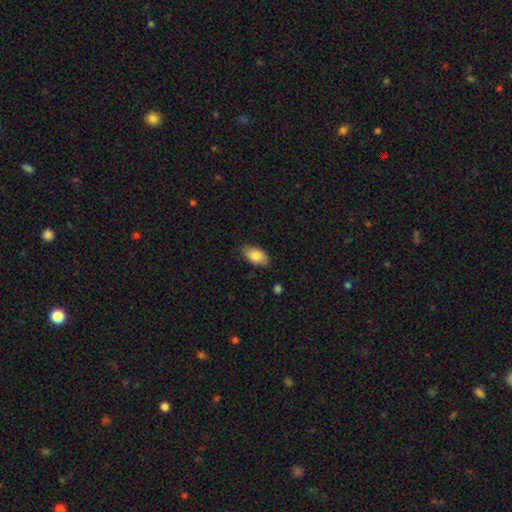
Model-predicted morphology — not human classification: A smooth galaxy with no disk features (85%) that is in between round and cigar-shaped (94%). Merging: none (80%).